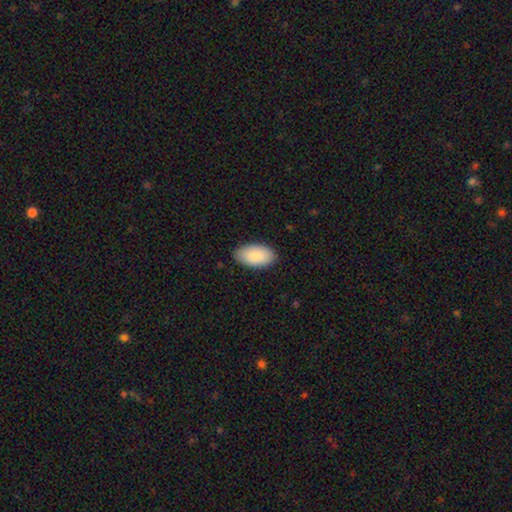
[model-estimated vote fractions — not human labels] This is clearly a smooth galaxy (89%). How rounded: clearly in between (96%). Merging: clearly none (87%).